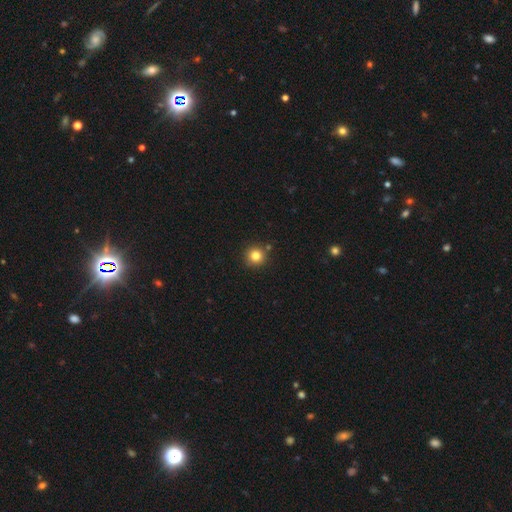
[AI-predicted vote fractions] Overall: smooth (81%). How rounded: round (94%). Merging: none (86%).